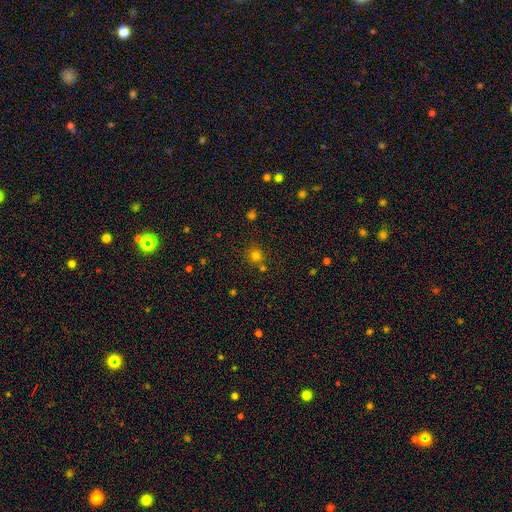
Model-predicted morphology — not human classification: smooth_or_featured: smooth (p=0.75) [alt: star or artifact p=0.19]
how_rounded: round (p=0.89) [alt: in between p=0.10]
merging: none (p=0.74) [alt: merger p=0.13]